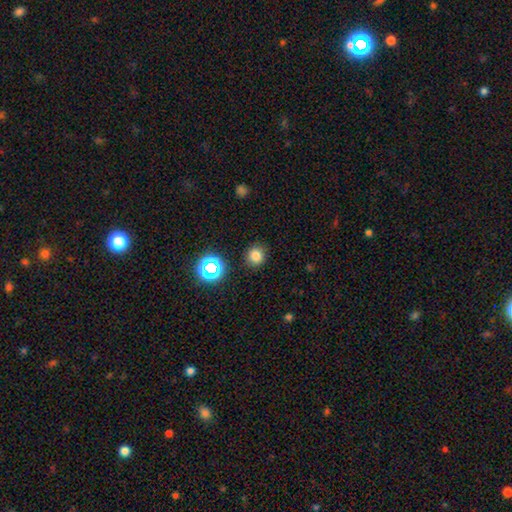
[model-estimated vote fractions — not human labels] Smooth or featured: smooth — 77% (star or artifact — 17%)
How rounded: round — 91% (in between — 8%)
Merging: none — 88% (minor disturbance — 7%)